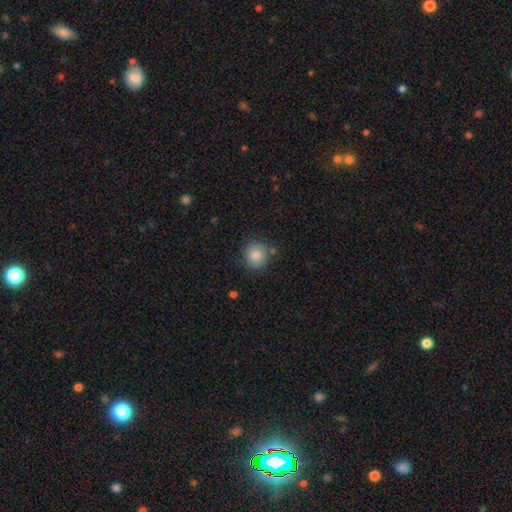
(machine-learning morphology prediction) smooth-or-featured: smooth: 84% | star or artifact: 9% | featured or disk: 7%
  how-rounded: round: 88% | in between: 11% | cigar-shaped: 1%
  merging: none: 78% | minor disturbance: 14% | merger: 4% | major disturbance: 4%